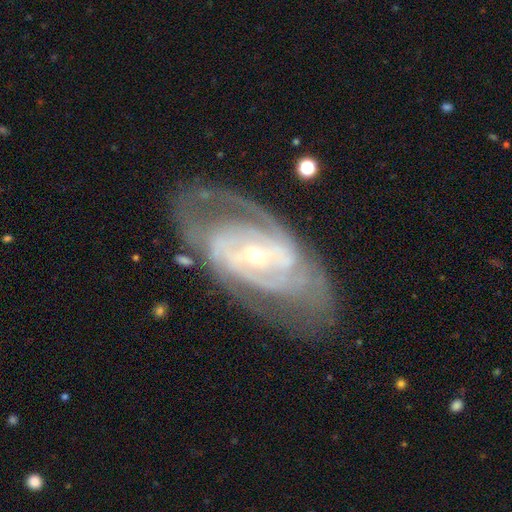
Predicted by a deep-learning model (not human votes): smooth-or-featured: featured or disk: 89% | smooth: 6% | star or artifact: 5%
  disk-edge-on: no: 95% | yes: 5%
    bar: weak: 37% | no: 33% | strong: 30%
    has-spiral-arms: yes: 94% | no: 6%
      spiral-winding: tight: 54% | medium: 37% | loose: 9%
      spiral-arm-count: 2: 48% | can't tell: 23% | 3: 15% | 4: 6% | 1: 4% | more than 4: 4%
    bulge-size: small: 71% | moderate: 26% | large: 2% | none: 1% | dominant: 1%
  merging: none: 71% | minor disturbance: 17% | major disturbance: 10% | merger: 2%